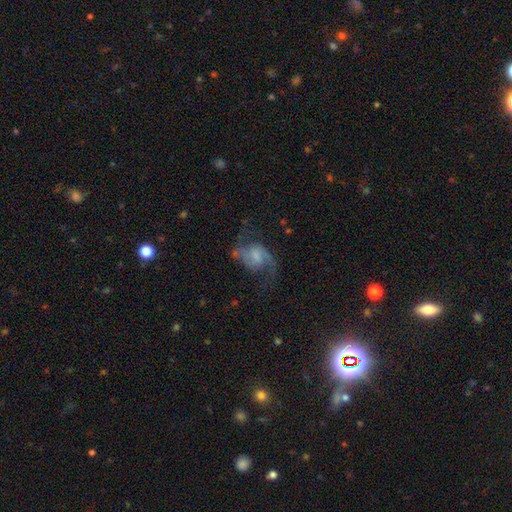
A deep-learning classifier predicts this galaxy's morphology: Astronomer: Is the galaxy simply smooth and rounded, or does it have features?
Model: featured or disk — 79%.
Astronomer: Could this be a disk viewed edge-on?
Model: no — 98%.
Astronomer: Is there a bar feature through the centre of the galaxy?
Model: weak — 47% (runner-up: no, 42%).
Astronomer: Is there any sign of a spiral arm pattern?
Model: yes — 94%.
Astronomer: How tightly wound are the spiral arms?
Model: loose — 57% (runner-up: medium, 37%).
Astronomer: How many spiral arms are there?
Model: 2 — 89%.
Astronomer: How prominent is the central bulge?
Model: small — 32% (runner-up: none, 31%).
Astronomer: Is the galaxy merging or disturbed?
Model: none — 57%.